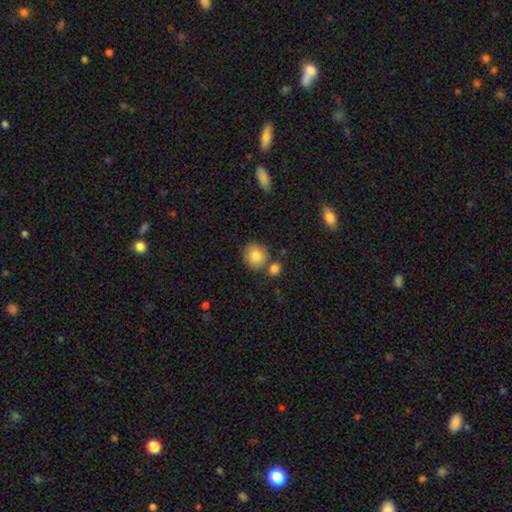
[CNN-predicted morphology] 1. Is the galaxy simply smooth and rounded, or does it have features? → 84% smooth, 8% star or artifact, 8% featured or disk.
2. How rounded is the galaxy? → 83% round, 16% in between, 1% cigar-shaped.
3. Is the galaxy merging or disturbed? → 69% none, 17% merger, 11% minor disturbance, 3% major disturbance.